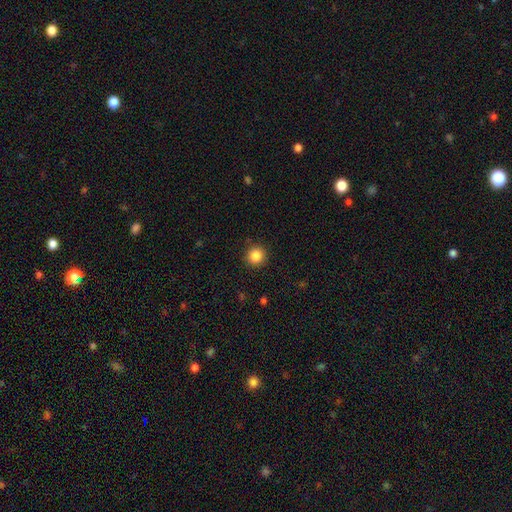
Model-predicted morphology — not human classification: Q: Smooth or featured?
A: smooth (86%); runner-up: star or artifact (10%)
Q: How rounded?
A: round (94%); runner-up: in between (5%)
Q: Merging?
A: none (92%); runner-up: minor disturbance (5%)